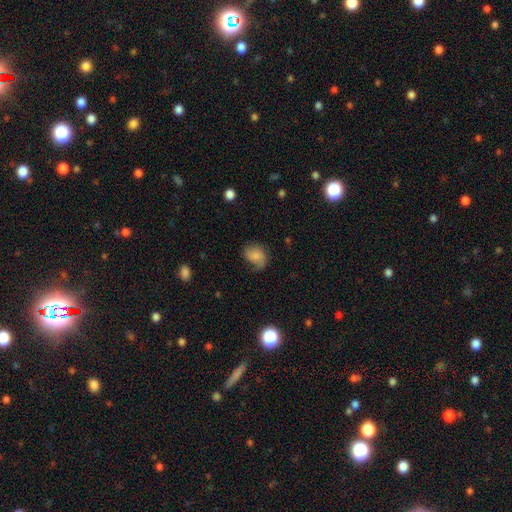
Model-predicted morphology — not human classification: smooth 62%, featured or disk 28%, star or artifact 10%. Down the decision tree: how rounded — in between (58%); merging — none (53%).